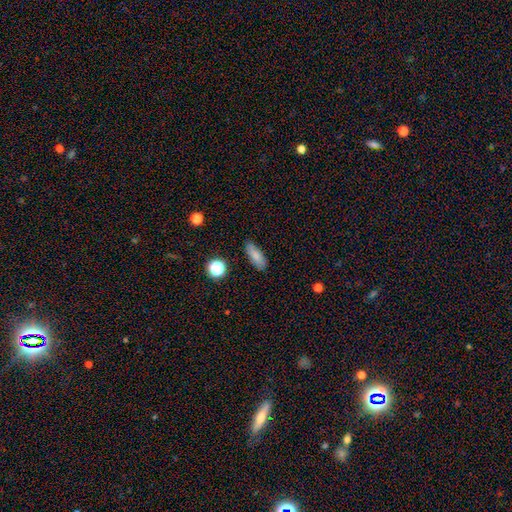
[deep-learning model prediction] smooth 81%, featured or disk 9%, star or artifact 9%. Down the decision tree: how rounded — in between (68%); merging — none (83%).